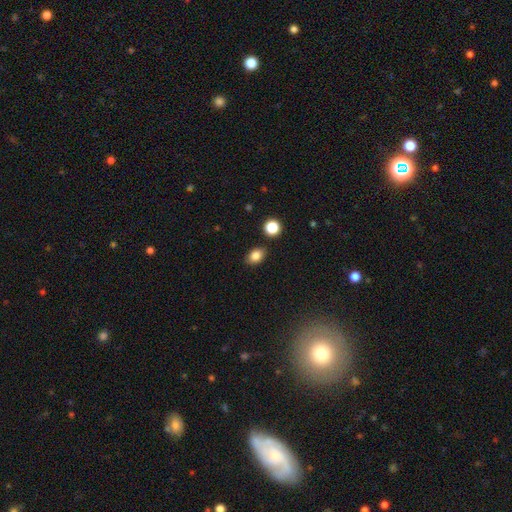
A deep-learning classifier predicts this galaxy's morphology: A smooth galaxy with no disk features (84%) that is in between round and cigar-shaped (75%).

Vote fractions:
- Smooth or featured? smooth: 84% / star or artifact: 10% / featured or disk: 6%
- How rounded? in between: 75% / round: 23% / cigar-shaped: 1%
- Merging? none: 85% / minor disturbance: 9% / merger: 3% / major disturbance: 2%